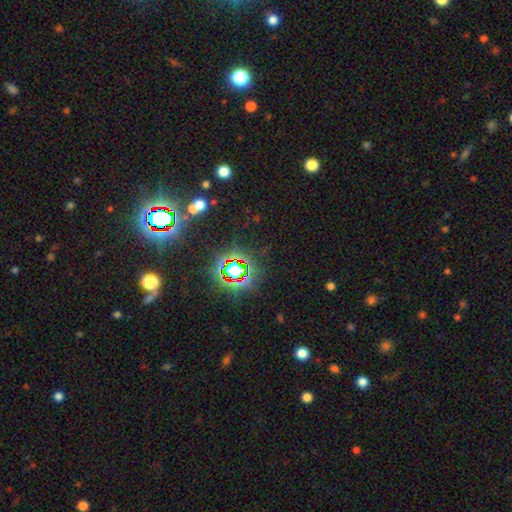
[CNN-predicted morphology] Smooth or featured: star or artifact — 80% (smooth — 12%)